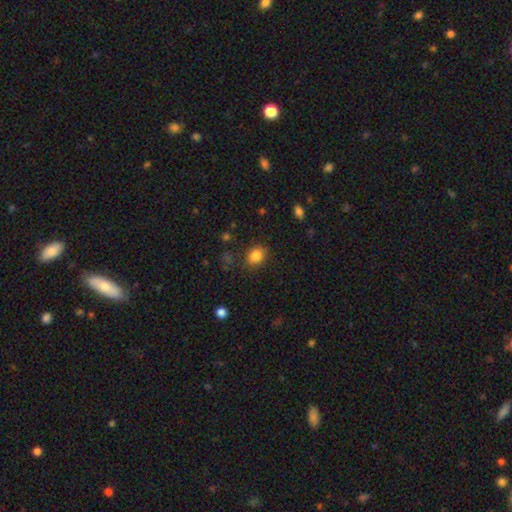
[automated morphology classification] smooth 84%, star or artifact 11%, featured or disk 5%. Down the decision tree: how rounded — round (50%); merging — none (82%).